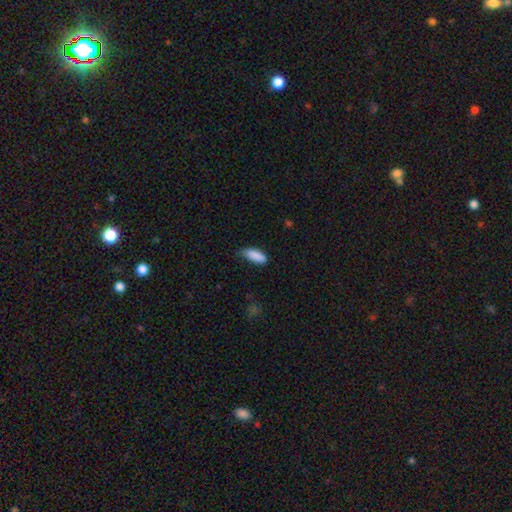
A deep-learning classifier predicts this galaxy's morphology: smooth_or_featured: smooth (p=0.89) [alt: star or artifact p=0.07]
how_rounded: in between (p=0.76) [alt: cigar-shaped p=0.22]
merging: none (p=0.66) [alt: minor disturbance p=0.28]